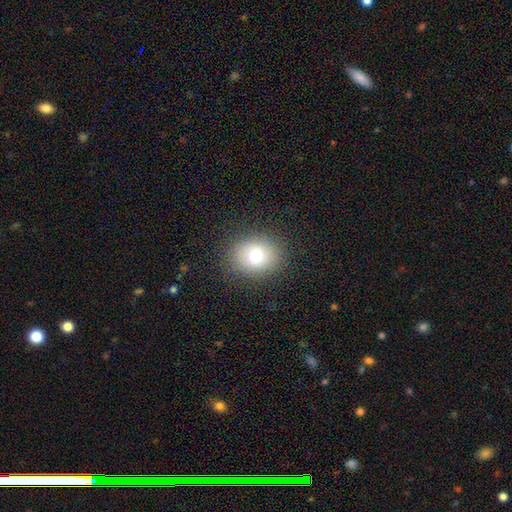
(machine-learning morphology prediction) Smooth or featured?
  - smooth: 79% *
  - star or artifact: 11%
  - featured or disk: 11%
How rounded?
  - round: 63% *
  - in between: 36%
  - cigar-shaped: 1%
Merging?
  - none: 87% *
  - minor disturbance: 9%
  - major disturbance: 3%
  - merger: 1%